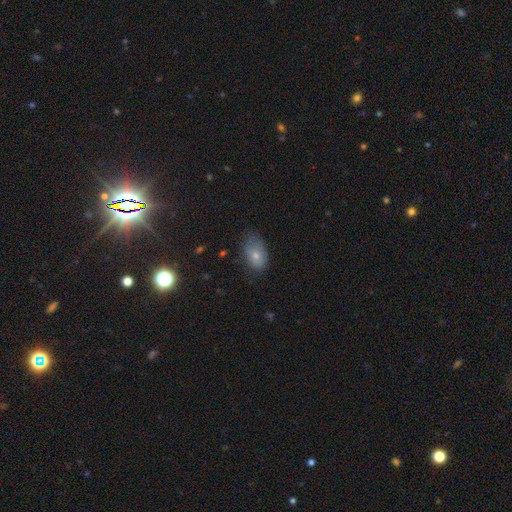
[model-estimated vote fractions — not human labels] A smooth galaxy with no disk features (72%) that is in between round and cigar-shaped (90%).

Vote fractions:
- Smooth or featured? smooth: 72% / featured or disk: 19% / star or artifact: 8%
- How rounded? in between: 90% / round: 9% / cigar-shaped: 2%
- Merging? none: 56% / minor disturbance: 33% / major disturbance: 9% / merger: 2%